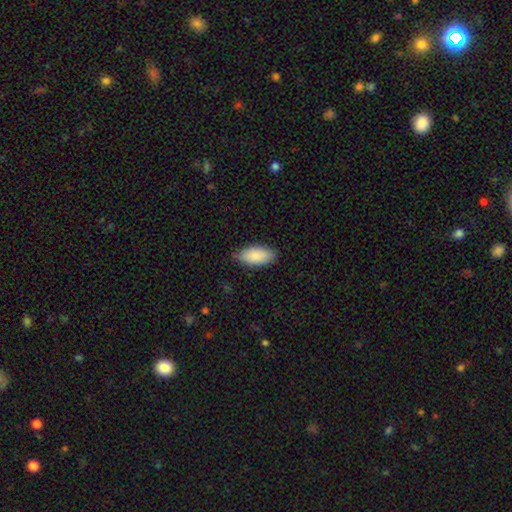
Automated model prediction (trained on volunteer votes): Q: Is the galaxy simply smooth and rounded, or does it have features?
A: smooth — 88%.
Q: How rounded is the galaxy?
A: in between — 91%.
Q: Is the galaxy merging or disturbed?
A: none — 80%.